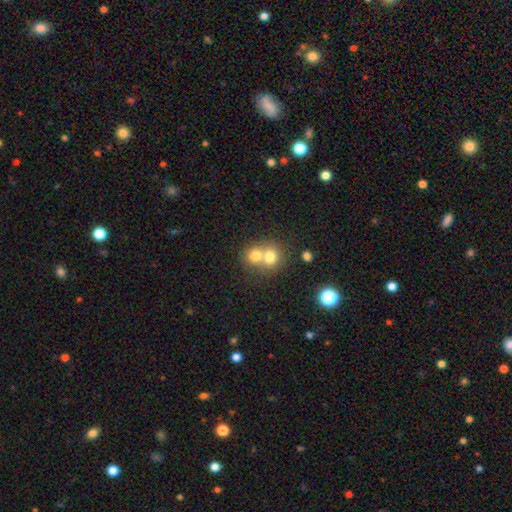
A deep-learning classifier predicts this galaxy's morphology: The model was most divided on "merging": merger: 67%, none: 27%, minor disturbance: 5%, major disturbance: 2%. More confident: how rounded — round (74%); smooth or featured — smooth (73%).